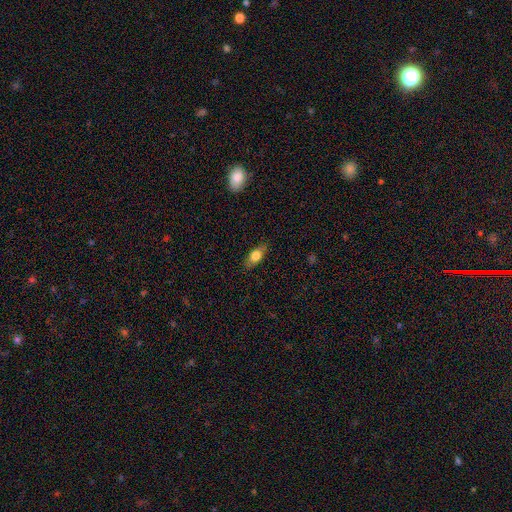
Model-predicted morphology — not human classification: type=smooth (68%); roundness=in between (75%); merging=none (83%).